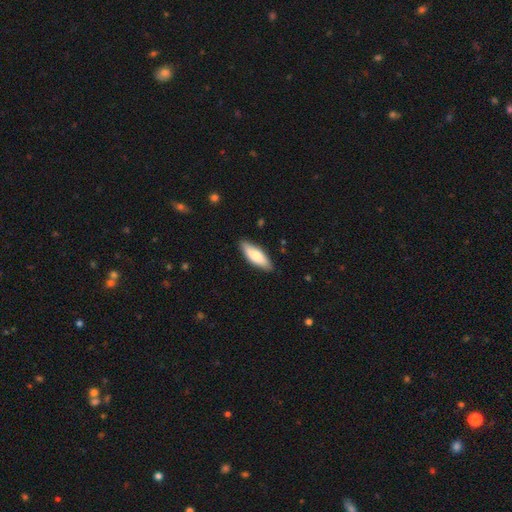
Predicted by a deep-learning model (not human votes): Smooth or featured? Predicted: smooth (p=0.78). How rounded? Predicted: in between (p=0.59). Merging? Predicted: none (p=0.87).